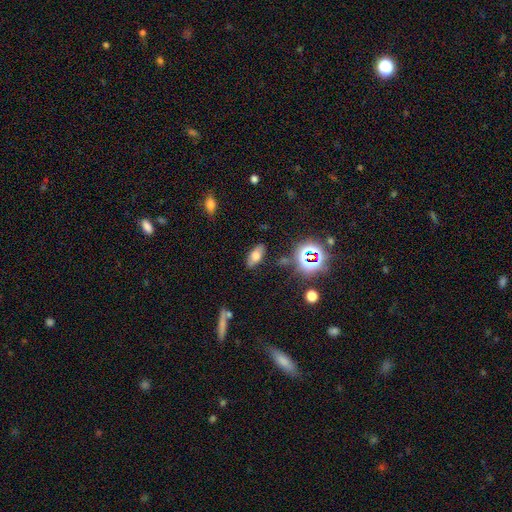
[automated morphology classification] smooth-or-featured: smooth: 62% | featured or disk: 21% | star or artifact: 18%
  how-rounded: in between: 83% | cigar-shaped: 11% | round: 6%
  merging: none: 82% | minor disturbance: 12% | major disturbance: 3% | merger: 3%